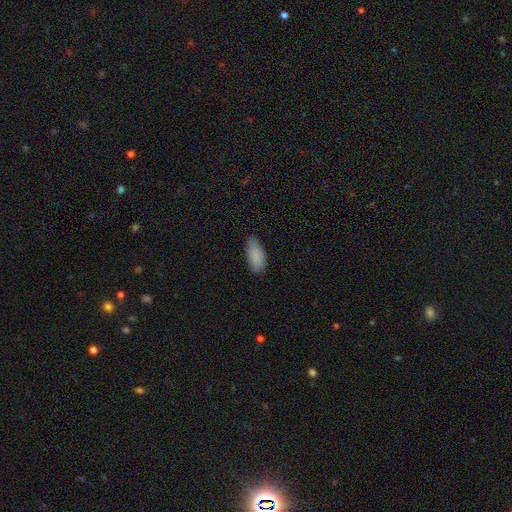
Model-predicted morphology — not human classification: The model was most divided on "merging": none: 71%, minor disturbance: 24%, major disturbance: 4%, merger: 1%. More confident: smooth or featured — smooth (87%); how rounded — in between (87%).